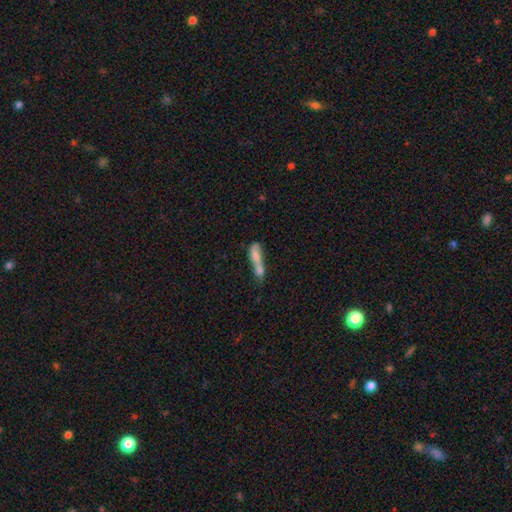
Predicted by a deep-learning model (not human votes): A smooth galaxy with no disk features (65%) that is cigar-shaped (49%).

Vote fractions:
- Smooth or featured? smooth: 65% / featured or disk: 26% / star or artifact: 9%
- How rounded? cigar-shaped: 49% / in between: 46% / round: 5%
- Merging? merger: 66% / none: 16% / minor disturbance: 9% / major disturbance: 9%